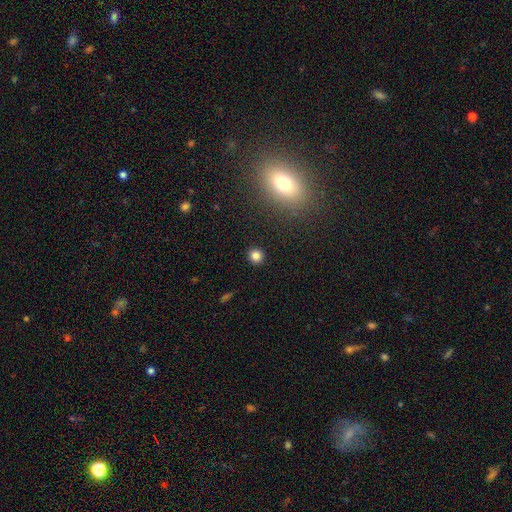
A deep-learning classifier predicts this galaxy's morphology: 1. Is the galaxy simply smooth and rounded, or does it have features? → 81% smooth, 13% star or artifact, 5% featured or disk.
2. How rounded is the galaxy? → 92% round, 7% in between, 1% cigar-shaped.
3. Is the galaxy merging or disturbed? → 92% none, 5% minor disturbance, 2% major disturbance, 2% merger.